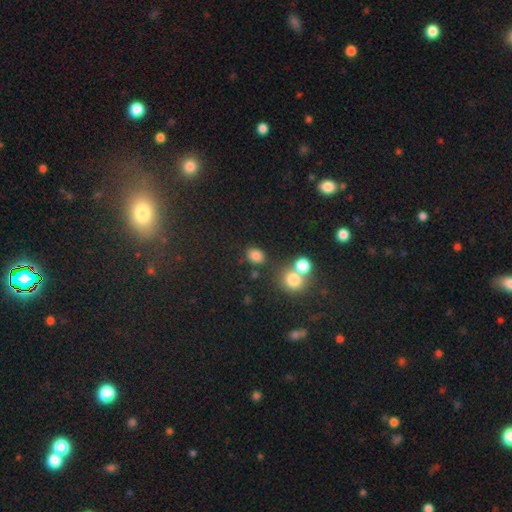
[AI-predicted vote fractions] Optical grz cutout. It shows a smooth galaxy with no disk features (80%) that is in between round and cigar-shaped (52%). Merging: none (72%).